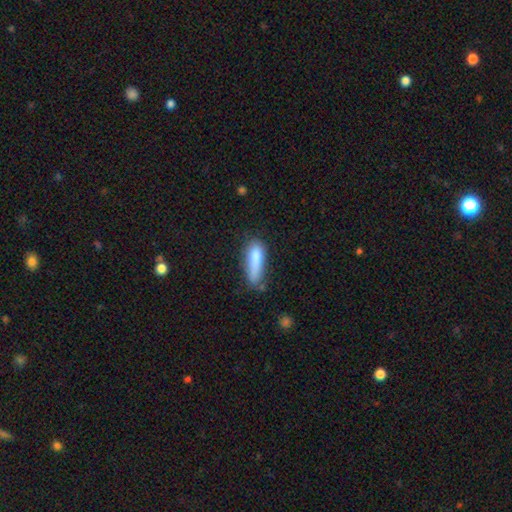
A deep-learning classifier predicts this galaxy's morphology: smooth-or-featured: smooth: 80% | featured or disk: 12% | star or artifact: 8%
  how-rounded: cigar-shaped: 55% | in between: 43% | round: 2%
  merging: none: 48% | minor disturbance: 31% | major disturbance: 13% | merger: 8%